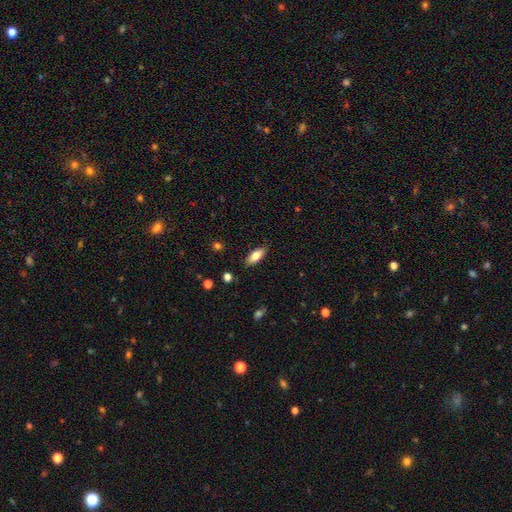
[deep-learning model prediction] smooth 79%, featured or disk 14%, star or artifact 7%. Down the decision tree: how rounded — in between (79%); merging — none (86%).